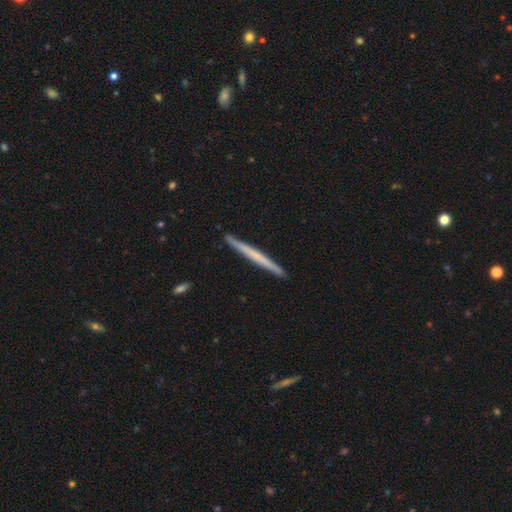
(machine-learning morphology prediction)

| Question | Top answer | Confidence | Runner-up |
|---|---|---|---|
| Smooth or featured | smooth | 48% | featured or disk (46%) |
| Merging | none | 92% | minor disturbance (6%) |